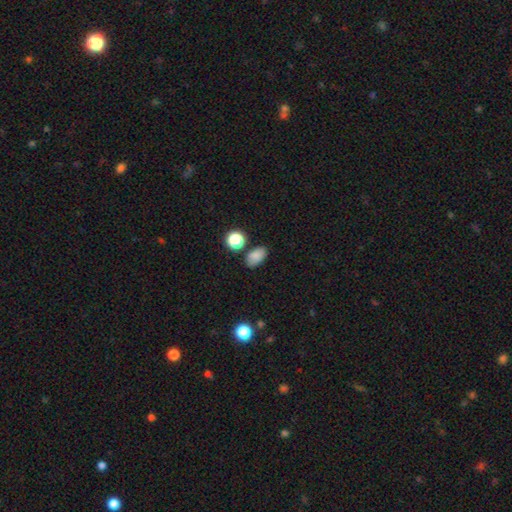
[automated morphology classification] Q: Smooth or featured?
A: smooth (80%); runner-up: star or artifact (12%)
Q: How rounded?
A: in between (87%); runner-up: round (11%)
Q: Merging?
A: none (75%); runner-up: minor disturbance (15%)